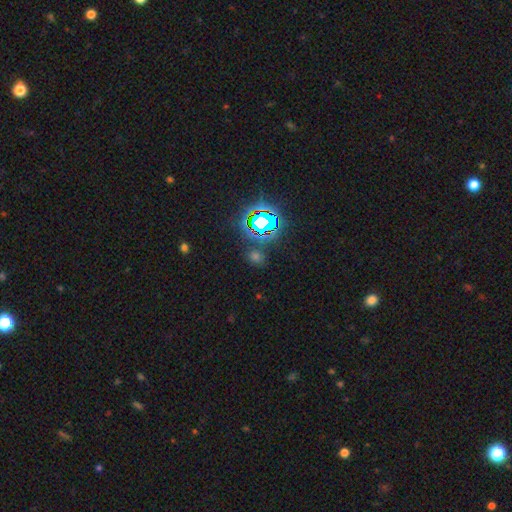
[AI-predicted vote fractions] This is possibly a star or artifact rather than a galaxy (55%).